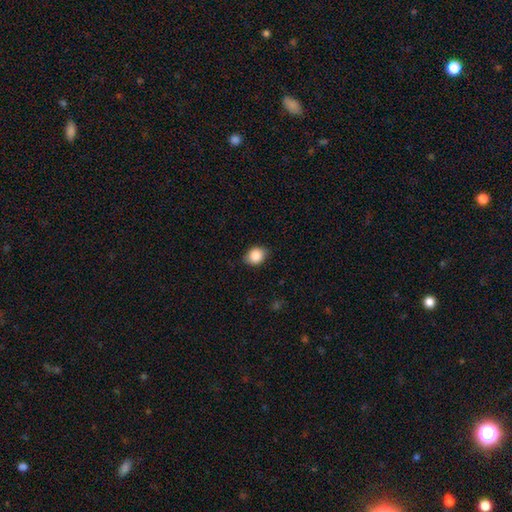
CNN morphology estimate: Smooth or featured: smooth — 87% (star or artifact — 8%)
How rounded: round — 50% (in between — 49%)
Merging: none — 80% (minor disturbance — 16%)